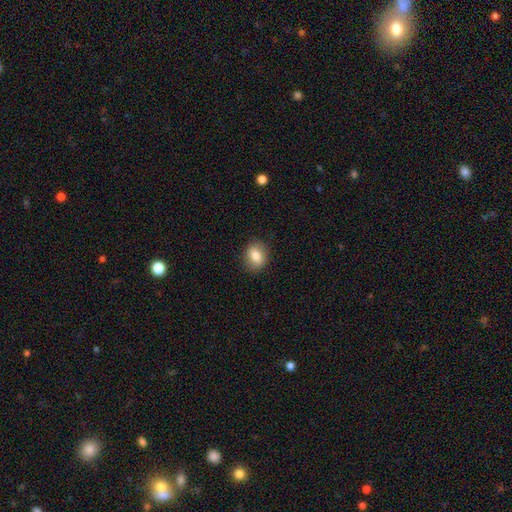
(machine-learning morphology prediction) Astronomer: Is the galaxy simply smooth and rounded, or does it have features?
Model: smooth — 78%.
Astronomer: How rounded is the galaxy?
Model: in between — 53% (runner-up: round, 46%).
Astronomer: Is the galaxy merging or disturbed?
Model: none — 86%.